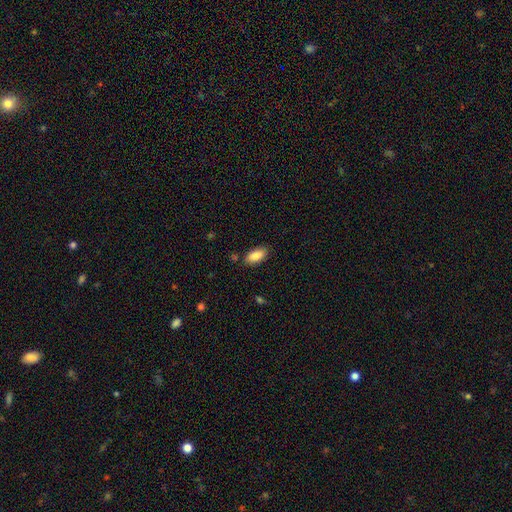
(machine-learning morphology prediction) type=smooth (86%); roundness=in between (90%); merging=none (84%).